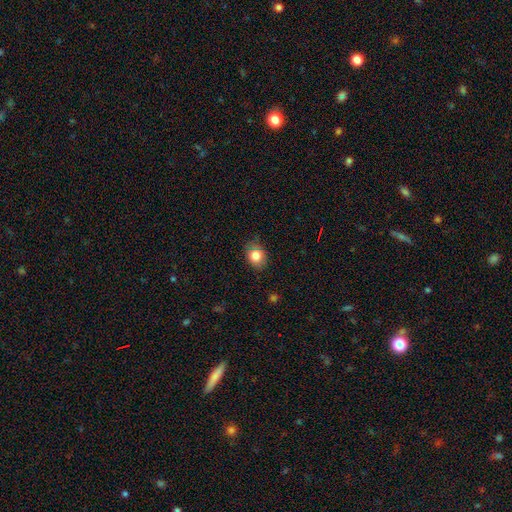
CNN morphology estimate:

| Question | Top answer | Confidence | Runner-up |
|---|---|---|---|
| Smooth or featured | smooth | 82% | star or artifact (9%) |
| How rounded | in between | 53% | round (46%) |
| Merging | none | 73% | minor disturbance (21%) |